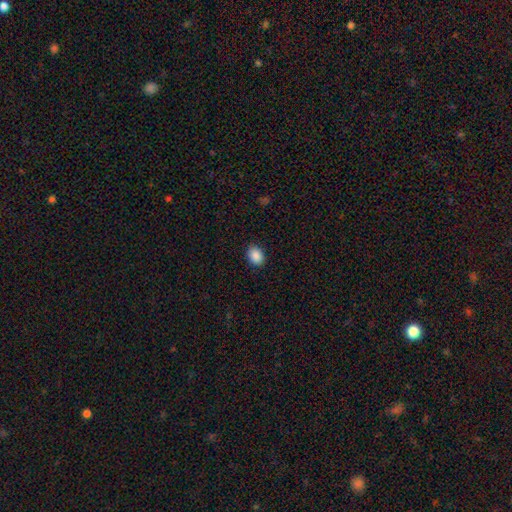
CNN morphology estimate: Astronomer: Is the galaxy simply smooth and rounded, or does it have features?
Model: smooth — 89%.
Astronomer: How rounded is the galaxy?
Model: in between — 65%.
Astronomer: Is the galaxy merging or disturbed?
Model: none — 87%.